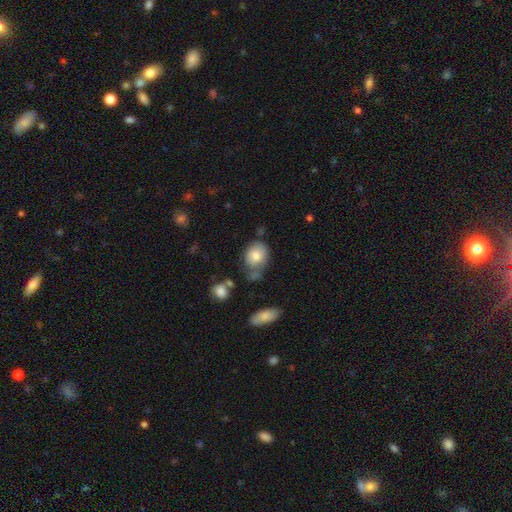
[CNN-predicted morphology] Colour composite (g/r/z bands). It shows a smooth galaxy with no disk features (81%) that is in between round and cigar-shaped (56%). Merging: none (52%).